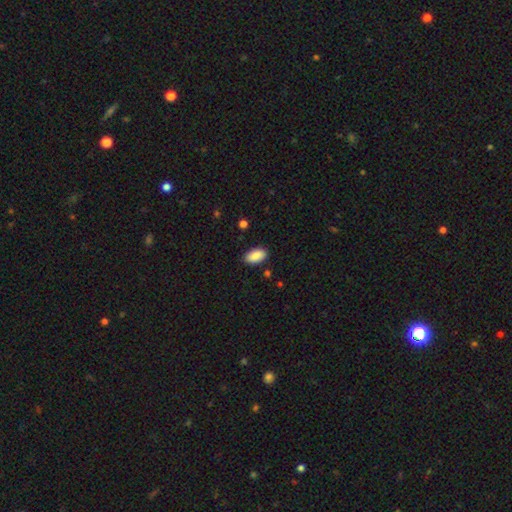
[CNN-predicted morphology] Smooth or featured? Predicted: smooth (p=0.87). How rounded? Predicted: in between (p=0.94). Merging? Predicted: none (p=0.87).